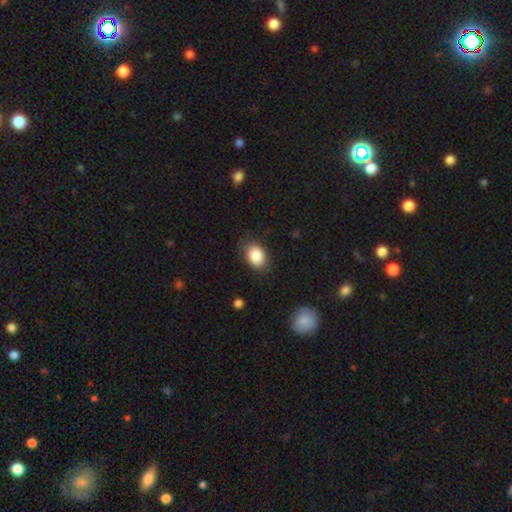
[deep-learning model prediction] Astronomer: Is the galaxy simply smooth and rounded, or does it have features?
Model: smooth — 86%.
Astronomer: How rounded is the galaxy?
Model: in between — 73%.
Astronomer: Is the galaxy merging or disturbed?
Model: none — 81%.